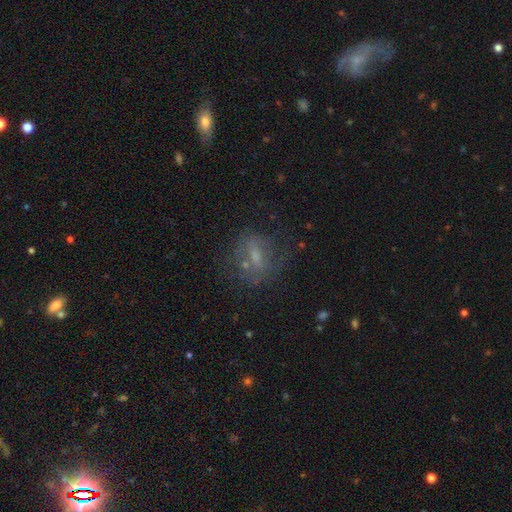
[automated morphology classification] smooth_or_featured: smooth (p=0.44) [alt: featured or disk p=0.39]
merging: none (p=0.58) [alt: minor disturbance p=0.19]